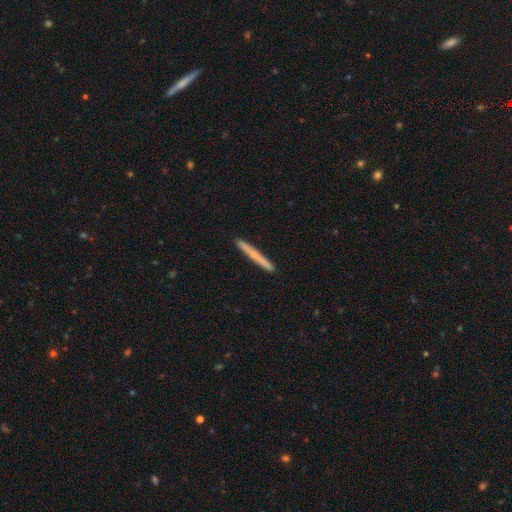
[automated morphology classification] type=smooth (61%); roundness=cigar-shaped (97%); merging=none (92%).